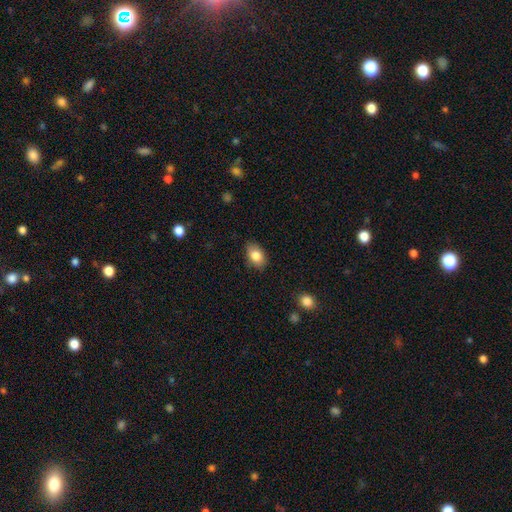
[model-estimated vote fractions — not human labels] A smooth galaxy with no disk features (83%) that is in between round and cigar-shaped (84%).

Vote fractions:
- Smooth or featured? smooth: 83% / featured or disk: 9% / star or artifact: 8%
- How rounded? in between: 84% / round: 15% / cigar-shaped: 1%
- Merging? none: 84% / minor disturbance: 13% / major disturbance: 2% / merger: 1%